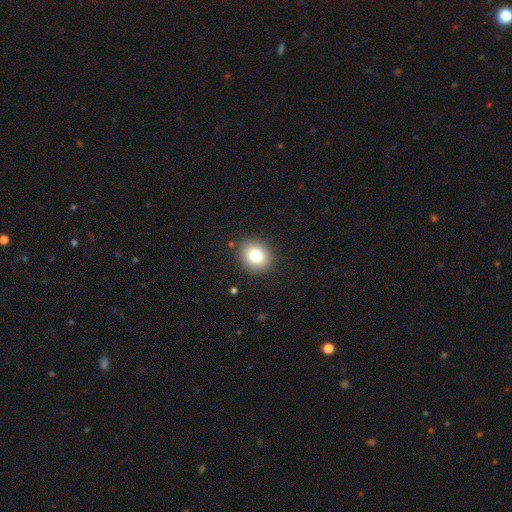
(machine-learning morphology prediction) Smooth or featured? Predicted: smooth (p=0.80). How rounded? Predicted: round (p=0.68). Merging? Predicted: none (p=0.88).